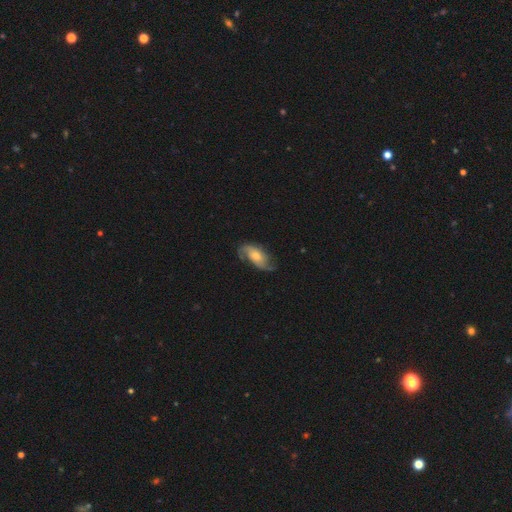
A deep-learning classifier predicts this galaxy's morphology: This appears to be a featured or disk galaxy (74%) with no bar (64%), 2 (82%) loose (48%) spiral arms (93%) and a moderate central bulge (49%). Merging: none (66%).